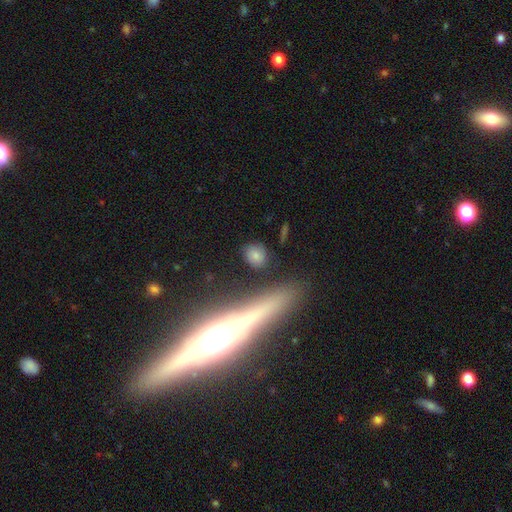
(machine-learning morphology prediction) type=smooth (77%); roundness=round (64%); merging=none (81%).